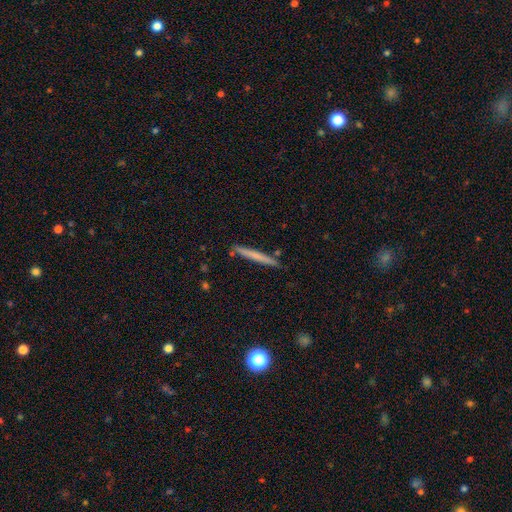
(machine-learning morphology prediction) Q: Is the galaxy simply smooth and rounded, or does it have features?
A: smooth — 62%.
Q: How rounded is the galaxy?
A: cigar-shaped — 97%.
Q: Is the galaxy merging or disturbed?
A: none — 88%.